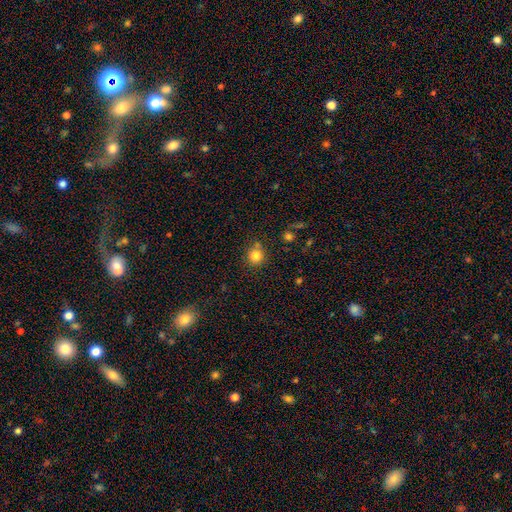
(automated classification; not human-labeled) Q: Smooth or featured?
A: smooth (82%); runner-up: star or artifact (12%)
Q: How rounded?
A: round (91%); runner-up: in between (8%)
Q: Merging?
A: none (77%); runner-up: minor disturbance (11%)